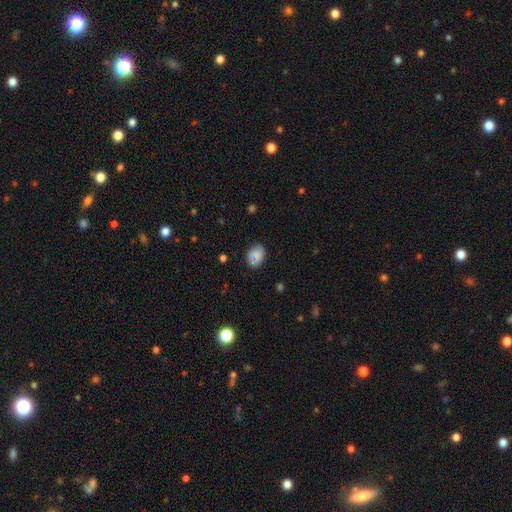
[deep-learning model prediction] smooth-or-featured: smooth: 84% | featured or disk: 8% | star or artifact: 8%
  how-rounded: in between: 67% | round: 32% | cigar-shaped: 1%
  merging: none: 81% | minor disturbance: 15% | major disturbance: 3% | merger: 2%